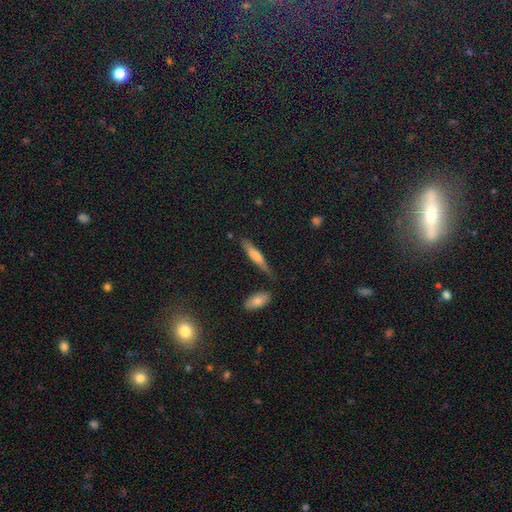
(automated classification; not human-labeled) A smooth galaxy with no disk features (63%) that is cigar-shaped (84%). Merging: none (70%).